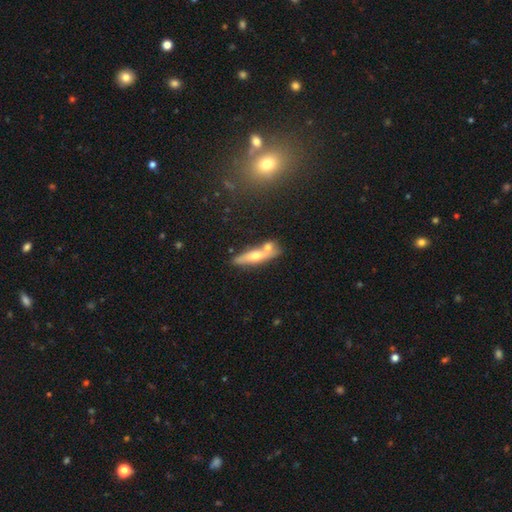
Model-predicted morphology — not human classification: featured or disk 47%, smooth 44%, star or artifact 9%. Down the decision tree: merging — none (56%).